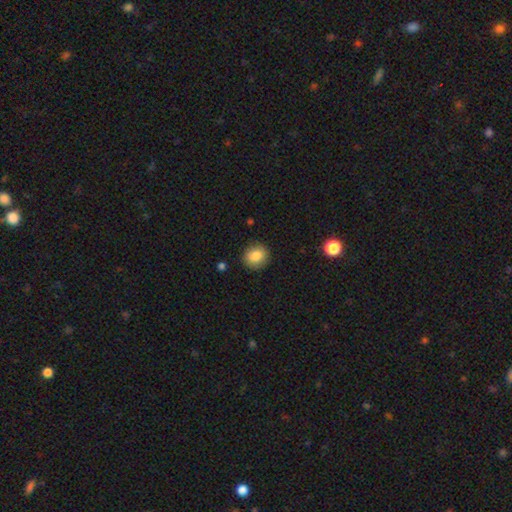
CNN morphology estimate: The model was most divided on "how rounded": round: 71%, in between: 28%, cigar-shaped: 1%. More confident: merging — none (87%); smooth or featured — smooth (85%).